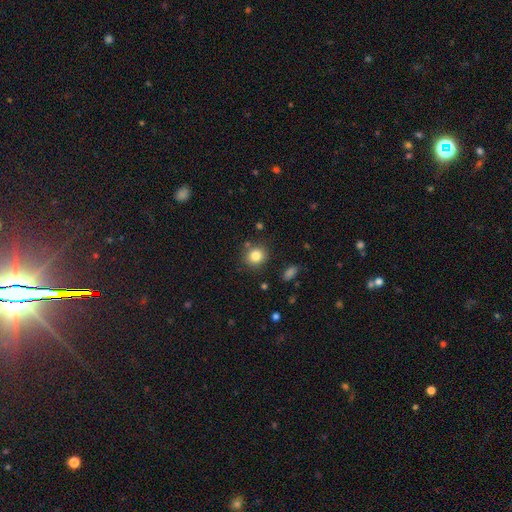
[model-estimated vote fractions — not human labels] The model was most divided on "how rounded": round: 83%, in between: 16%, cigar-shaped: 1%. More confident: smooth or featured — smooth (83%); merging — none (83%).